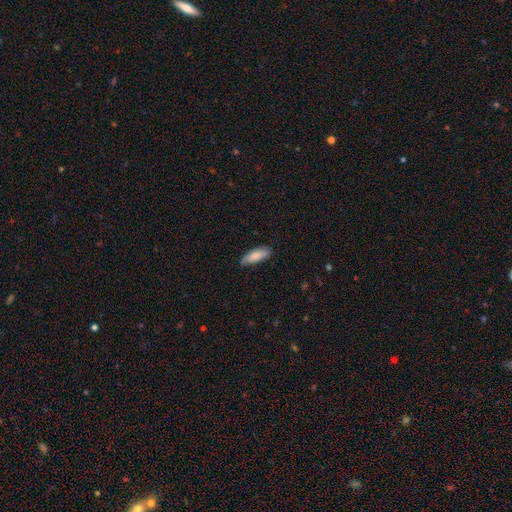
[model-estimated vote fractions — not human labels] Smooth or featured? Predicted: smooth (p=0.80). How rounded? Predicted: in between (p=0.66). Merging? Predicted: none (p=0.73).